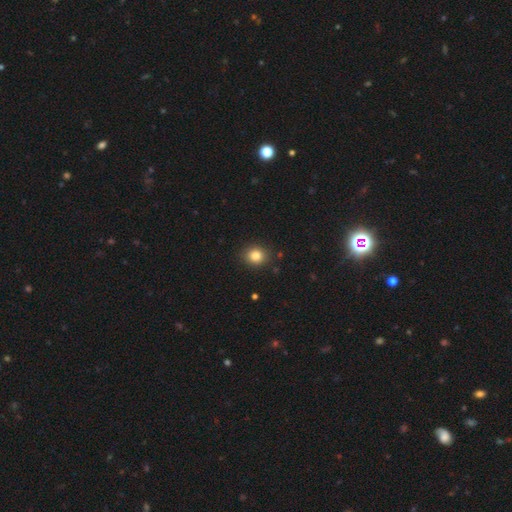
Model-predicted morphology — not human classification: The model was most divided on "how rounded": round: 76%, in between: 23%, cigar-shaped: 1%. More confident: merging — none (89%); smooth or featured — smooth (84%).